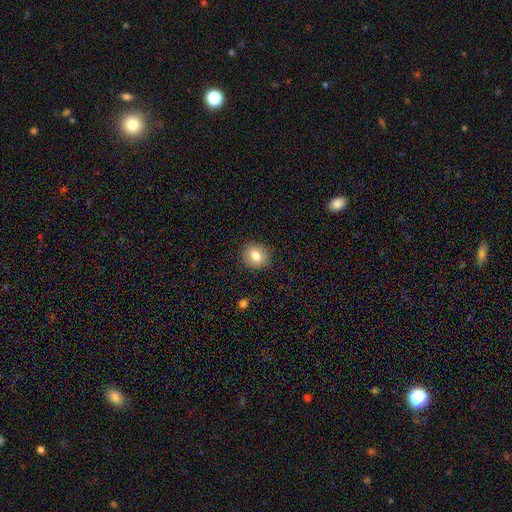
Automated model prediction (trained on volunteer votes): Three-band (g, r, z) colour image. It shows a smooth galaxy with no disk features (82%) that is round (80%). Merging: none (90%).